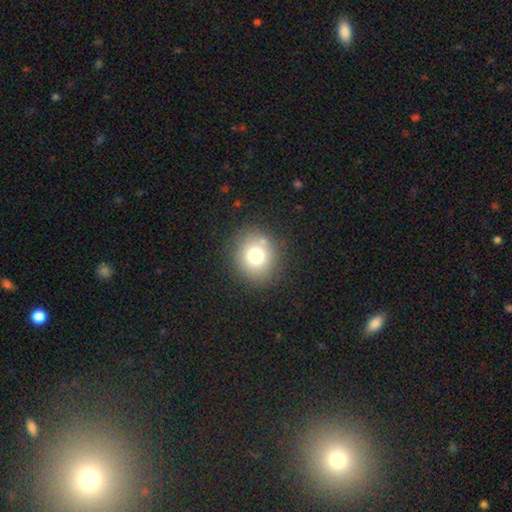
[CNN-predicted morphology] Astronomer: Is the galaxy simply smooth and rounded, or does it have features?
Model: smooth — 73%.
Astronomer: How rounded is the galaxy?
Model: round — 82%.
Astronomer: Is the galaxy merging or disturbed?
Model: none — 85%.